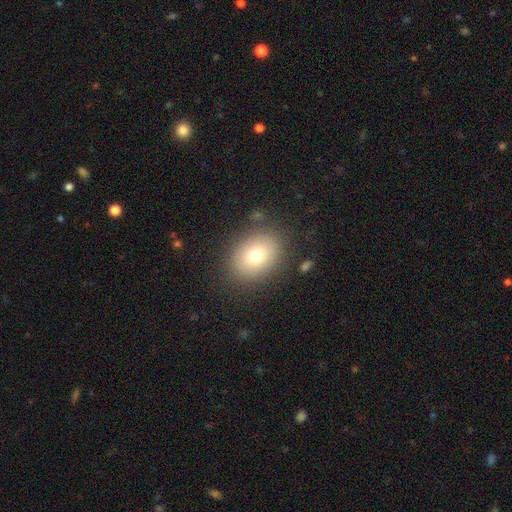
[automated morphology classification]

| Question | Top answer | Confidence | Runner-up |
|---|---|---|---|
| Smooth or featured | smooth | 74% | featured or disk (14%) |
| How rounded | in between | 59% | round (40%) |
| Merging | none | 84% | minor disturbance (10%) |